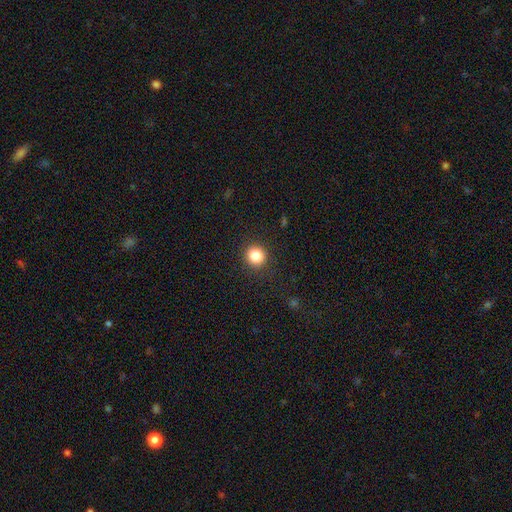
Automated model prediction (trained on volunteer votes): A smooth galaxy with no disk features (85%) that is round (91%).

Vote fractions:
- Smooth or featured? smooth: 85% / star or artifact: 11% / featured or disk: 5%
- How rounded? round: 91% / in between: 8% / cigar-shaped: 1%
- Merging? none: 91% / minor disturbance: 6% / major disturbance: 2% / merger: 1%